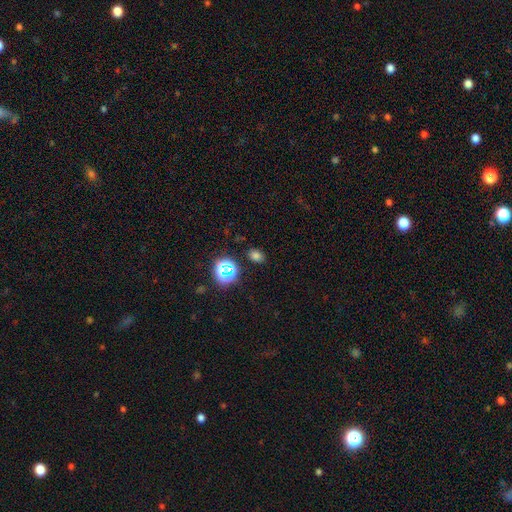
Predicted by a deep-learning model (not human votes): Overall: smooth (69%). How rounded: in between (65%; round 33%). Merging: none (84%).